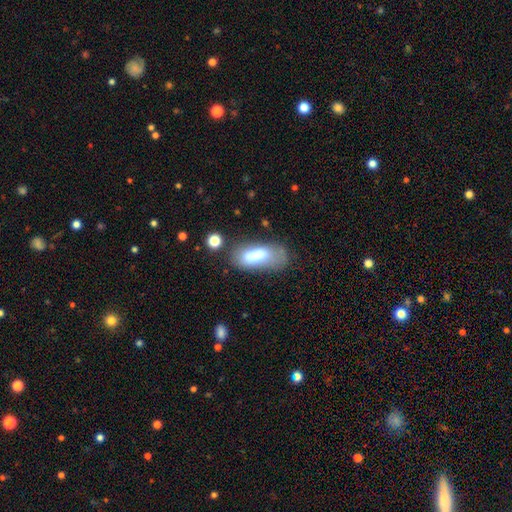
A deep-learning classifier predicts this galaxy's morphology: Smooth or featured?
  - smooth: 72% *
  - featured or disk: 19%
  - star or artifact: 9%
How rounded?
  - in between: 78% *
  - cigar-shaped: 20%
  - round: 3%
Merging?
  - none: 47% *
  - minor disturbance: 26%
  - major disturbance: 17%
  - merger: 11%